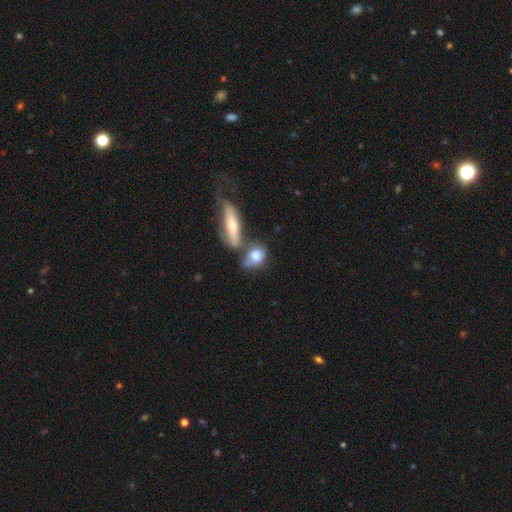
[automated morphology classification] smooth_or_featured: smooth (p=0.72) [alt: featured or disk p=0.21]
how_rounded: in between (p=0.58) [alt: round p=0.32]
merging: merger (p=0.43) [alt: none p=0.33]